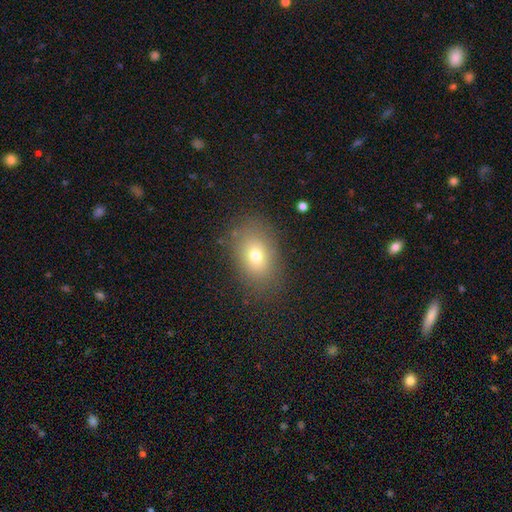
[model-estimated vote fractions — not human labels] Smooth or featured? Predicted: smooth (p=0.72). How rounded? Predicted: in between (p=0.77). Merging? Predicted: none (p=0.82).